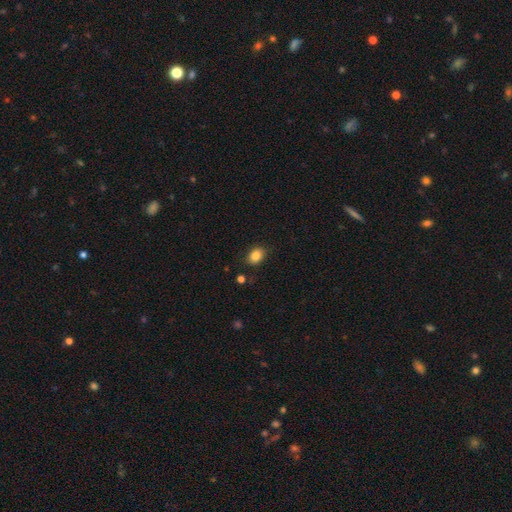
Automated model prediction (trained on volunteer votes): Morphology: type=smooth (84%); roundness=in between (70%); merging=none (84%).